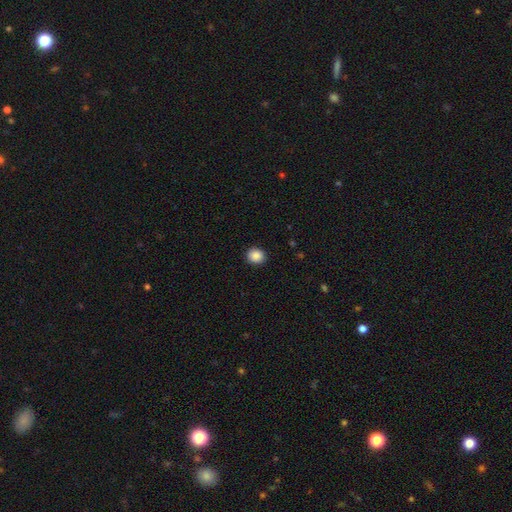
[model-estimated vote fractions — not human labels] Morphology: type=smooth (88%); roundness=round (82%); merging=none (91%).